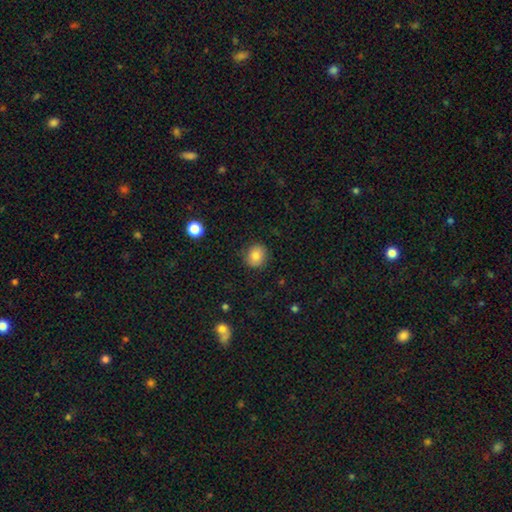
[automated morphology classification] smooth 83%, star or artifact 10%, featured or disk 7%. Down the decision tree: how rounded — round (74%); merging — none (85%).